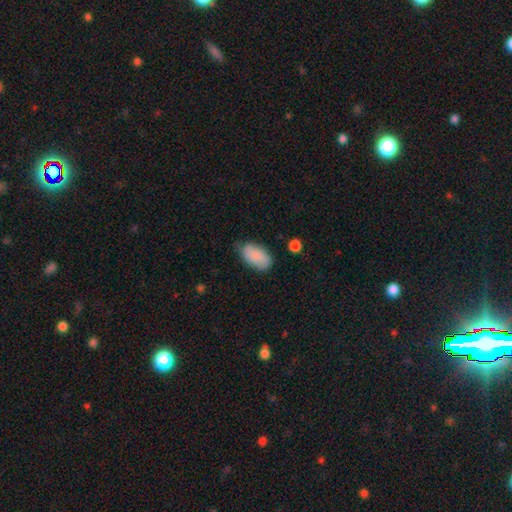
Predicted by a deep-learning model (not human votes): A smooth galaxy with no disk features (83%) that is in between round and cigar-shaped (94%). Merging: none (65%).